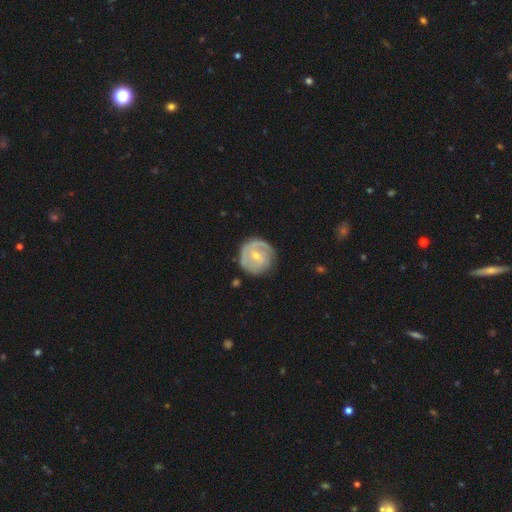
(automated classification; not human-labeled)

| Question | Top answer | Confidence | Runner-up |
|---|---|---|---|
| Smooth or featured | featured or disk | 75% | smooth (20%) |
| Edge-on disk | no | 98% | yes (2%) |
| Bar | weak | 46% | no (42%) |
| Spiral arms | yes | 89% | no (11%) |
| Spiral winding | tight | 56% | medium (33%) |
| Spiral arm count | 2 | 45% | can't tell (25%) |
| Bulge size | small | 64% | moderate (33%) |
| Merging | none | 76% | minor disturbance (16%) |